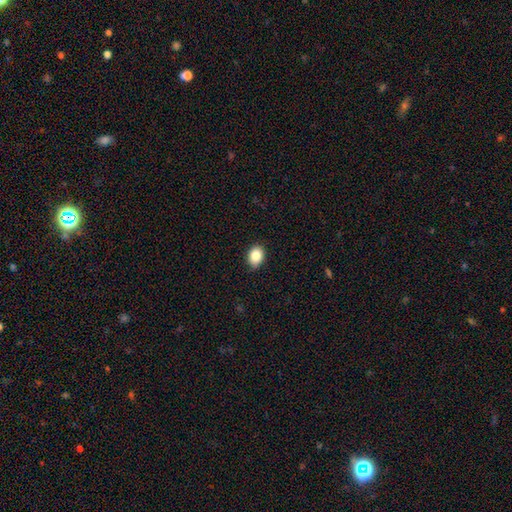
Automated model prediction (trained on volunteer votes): A smooth galaxy with no disk features (85%) that is in between round and cigar-shaped (71%). Merging: none (86%).